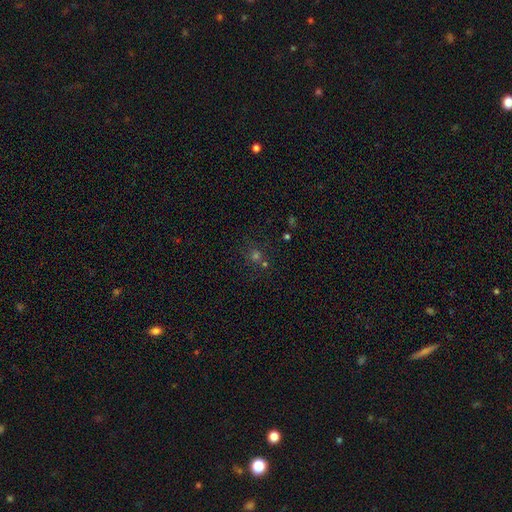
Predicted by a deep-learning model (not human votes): A star or artifact, not a galaxy (45%).

Vote fractions:
- Smooth or featured? star or artifact: 45% / smooth: 44% / featured or disk: 11%